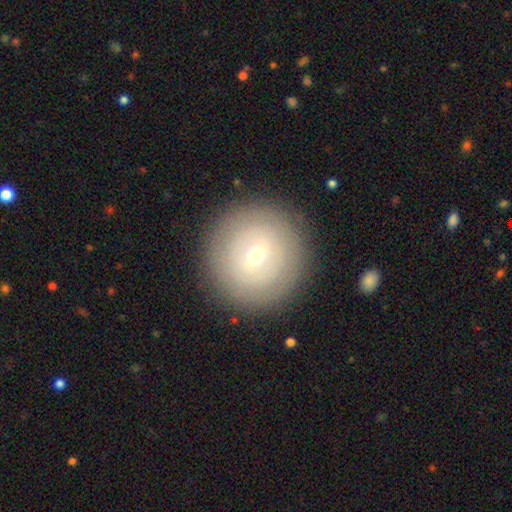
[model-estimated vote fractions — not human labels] This appears to be a smooth galaxy with no disk features (52%) that is round (95%). Merging: none (88%).